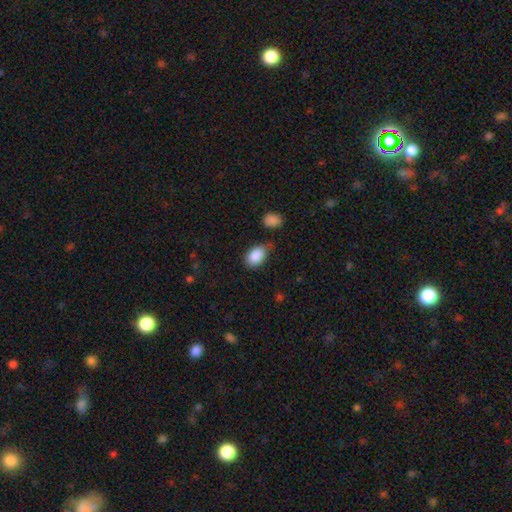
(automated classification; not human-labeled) Smooth or featured? smooth (89%)
How rounded? in between (87%)
Merging? none (68%)